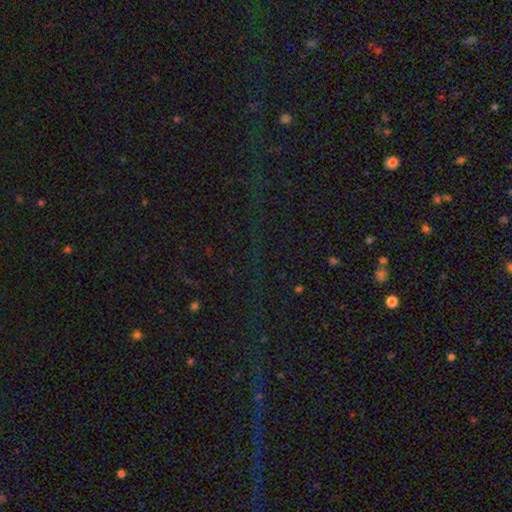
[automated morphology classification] Smooth or featured?
  - star or artifact: 77% *
  - smooth: 12%
  - featured or disk: 11%